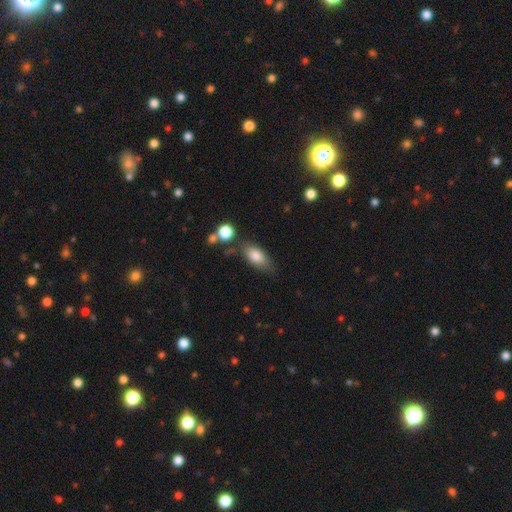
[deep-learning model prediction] A smooth galaxy with no disk features (80%) that is in between round and cigar-shaped (86%). Merging: none (66%).